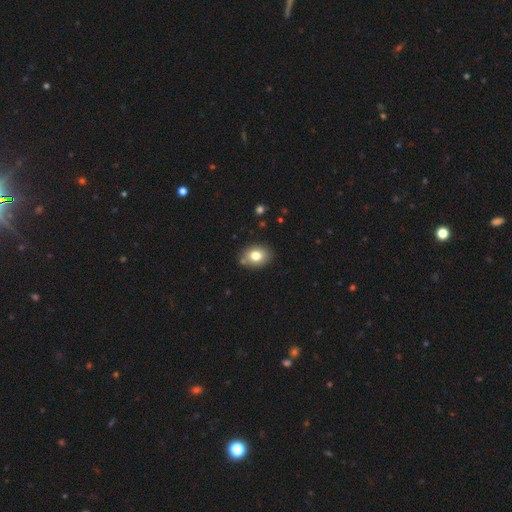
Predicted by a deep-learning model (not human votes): Smooth or featured?
  - smooth: 77% *
  - featured or disk: 13%
  - star or artifact: 10%
How rounded?
  - in between: 63% *
  - round: 36%
  - cigar-shaped: 1%
Merging?
  - none: 81% *
  - minor disturbance: 12%
  - merger: 4%
  - major disturbance: 3%